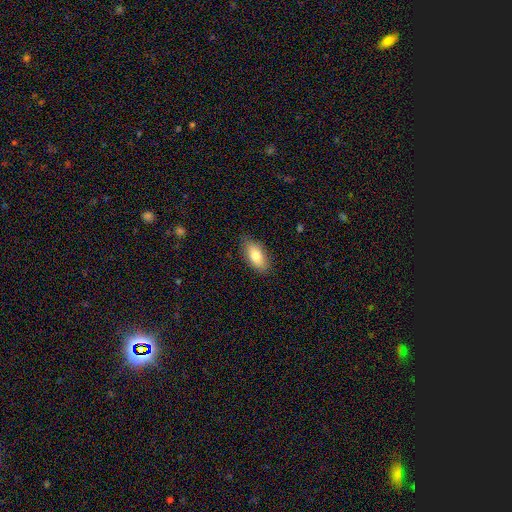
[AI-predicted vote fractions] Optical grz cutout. It shows a smooth galaxy with no disk features (79%) that is in between round and cigar-shaped (86%). Merging: none (85%).